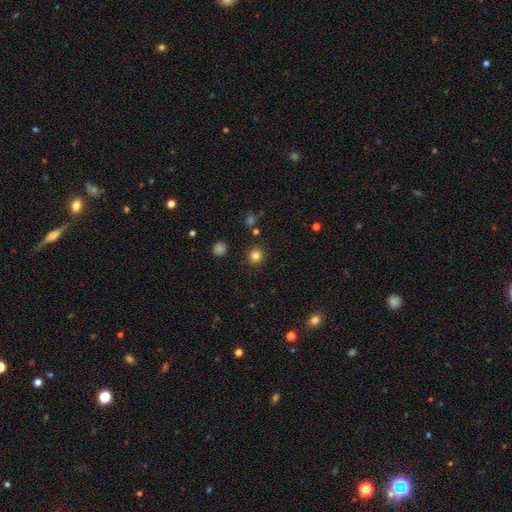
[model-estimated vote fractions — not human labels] Morphology: type=smooth (82%); roundness=round (91%); merging=none (90%).